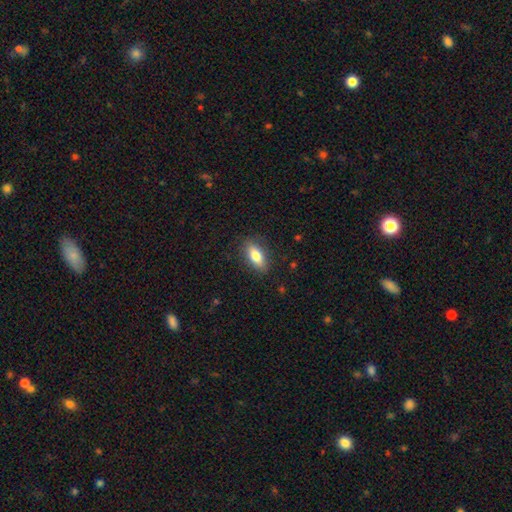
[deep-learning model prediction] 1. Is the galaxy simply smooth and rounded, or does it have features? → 78% smooth, 15% featured or disk, 7% star or artifact.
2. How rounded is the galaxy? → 79% in between, 17% cigar-shaped, 4% round.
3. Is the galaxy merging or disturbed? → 85% none, 11% minor disturbance, 3% major disturbance, 1% merger.